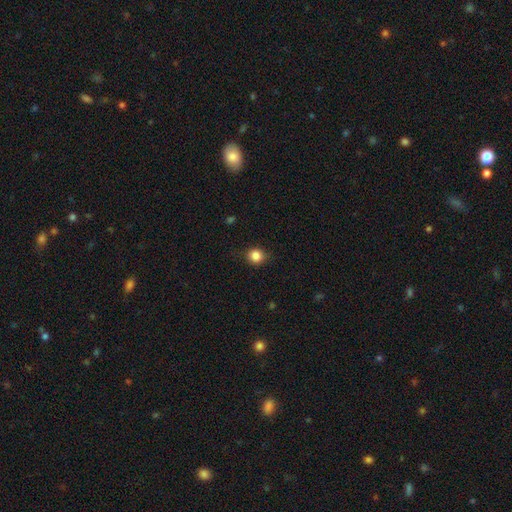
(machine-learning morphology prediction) Smooth or featured: smooth — 85% (star or artifact — 11%)
How rounded: round — 83% (in between — 16%)
Merging: none — 84% (minor disturbance — 12%)